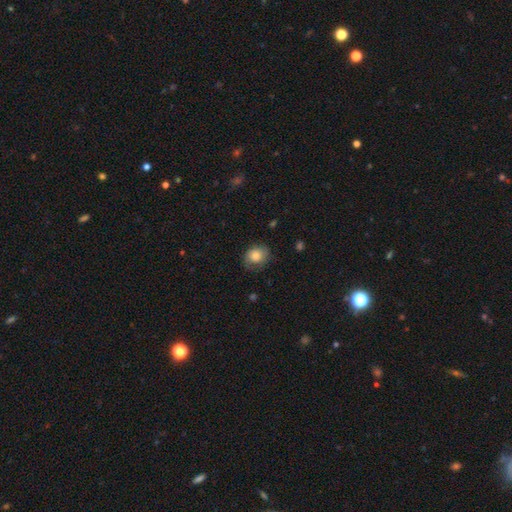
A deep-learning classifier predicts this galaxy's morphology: A smooth galaxy with no disk features (78%) that is round (61%).

Vote fractions:
- Smooth or featured? smooth: 78% / featured or disk: 14% / star or artifact: 8%
- How rounded? round: 61% / in between: 38% / cigar-shaped: 1%
- Merging? none: 62% / minor disturbance: 27% / major disturbance: 10% / merger: 1%